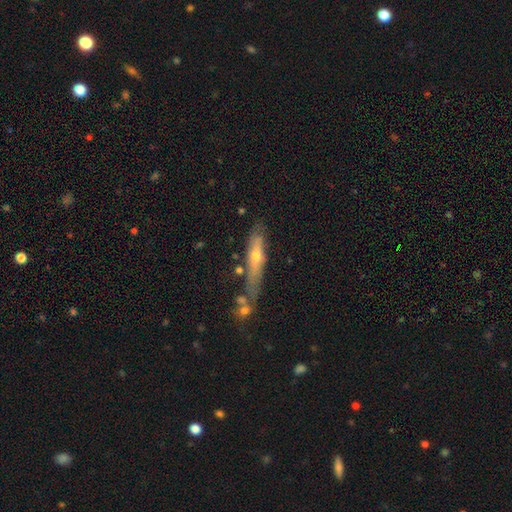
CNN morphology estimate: Smooth or featured? featured or disk (54%)
Edge-on disk? yes (71%)
Merging? none (56%)